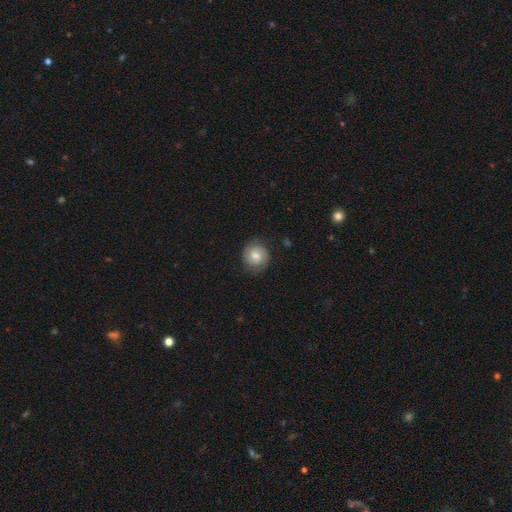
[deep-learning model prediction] This appears to be a featured or disk galaxy (48%). Merging: none (80%).